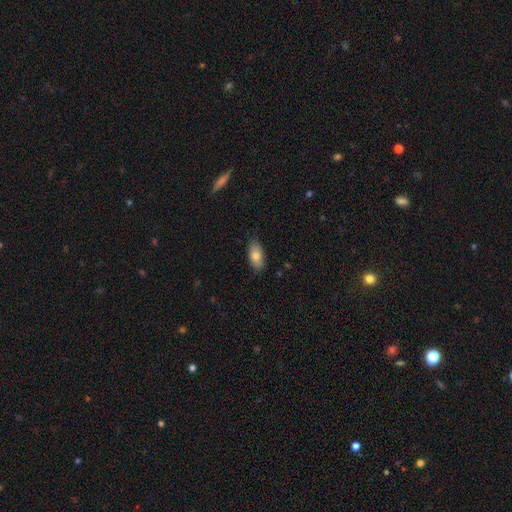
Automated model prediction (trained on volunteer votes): This appears to be a smooth galaxy with no disk features (78%) that is in between round and cigar-shaped (91%). Merging: none (83%).